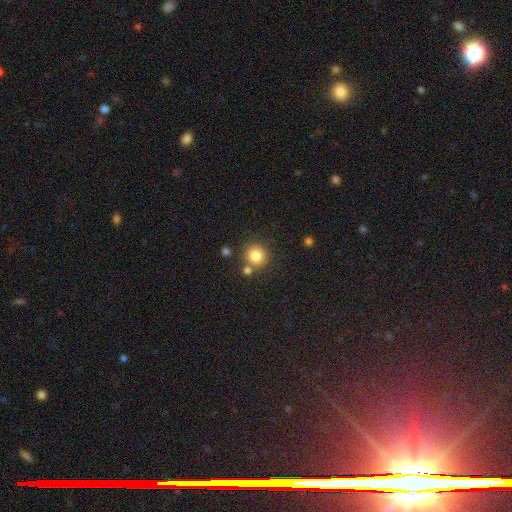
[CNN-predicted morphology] The model was most divided on "merging": none: 75%, merger: 13%, minor disturbance: 9%, major disturbance: 3%. More confident: how rounded — round (92%); smooth or featured — smooth (82%).